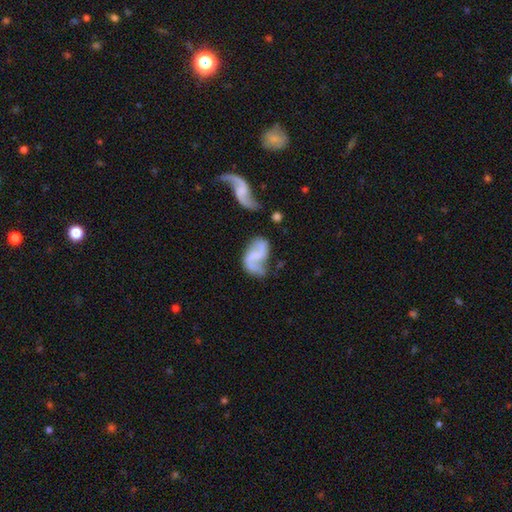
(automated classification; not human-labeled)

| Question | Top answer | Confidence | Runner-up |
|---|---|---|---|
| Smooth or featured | featured or disk | 81% | smooth (12%) |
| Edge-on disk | no | 98% | yes (2%) |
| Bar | no | 44% | weak (38%) |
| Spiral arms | yes | 93% | no (7%) |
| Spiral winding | loose | 68% | medium (25%) |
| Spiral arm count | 2 | 90% | 1 (4%) |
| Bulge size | none | 67% | small (21%) |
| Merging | none | 55% | minor disturbance (21%) |